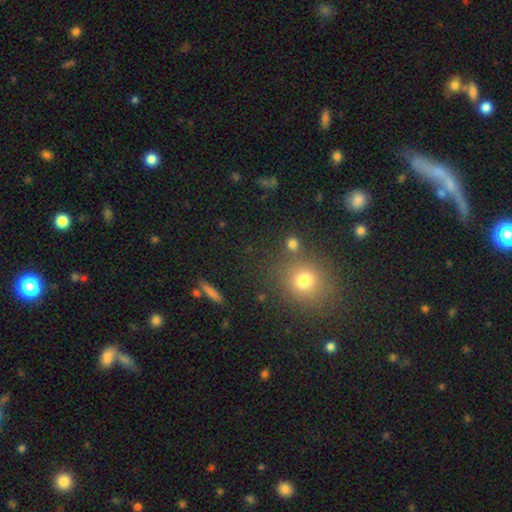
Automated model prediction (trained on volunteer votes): The model was most divided on "smooth or featured": smooth: 57%, star or artifact: 34%, featured or disk: 9%. More confident: merging — none (85%); how rounded — round (84%).